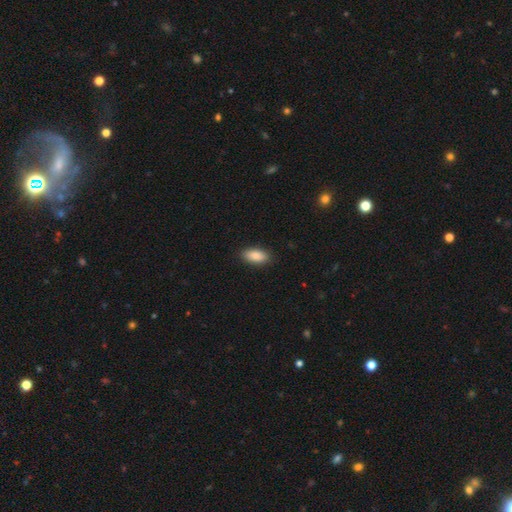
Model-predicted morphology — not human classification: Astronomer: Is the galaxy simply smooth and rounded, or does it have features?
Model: smooth — 89%.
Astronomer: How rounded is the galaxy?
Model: in between — 91%.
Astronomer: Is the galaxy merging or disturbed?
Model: none — 88%.